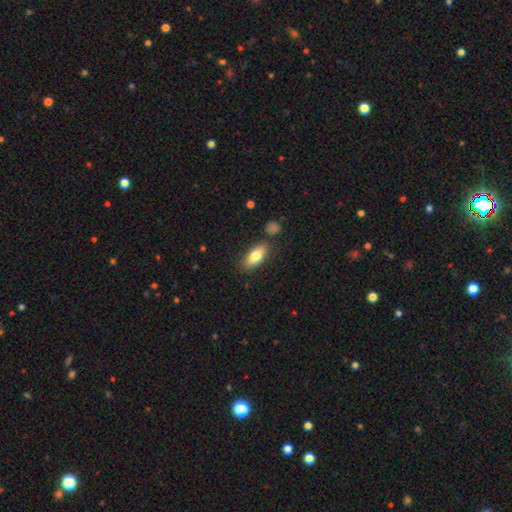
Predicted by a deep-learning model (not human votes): smooth 78%, featured or disk 15%, star or artifact 7%. Down the decision tree: how rounded — in between (80%); merging — none (81%).